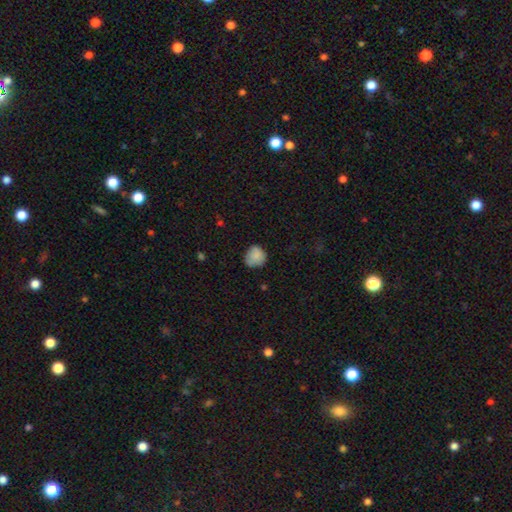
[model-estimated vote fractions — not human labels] The model was most divided on "merging": none: 71%, minor disturbance: 24%, major disturbance: 4%, merger: 1%. More confident: smooth or featured — smooth (85%); how rounded — round (83%).